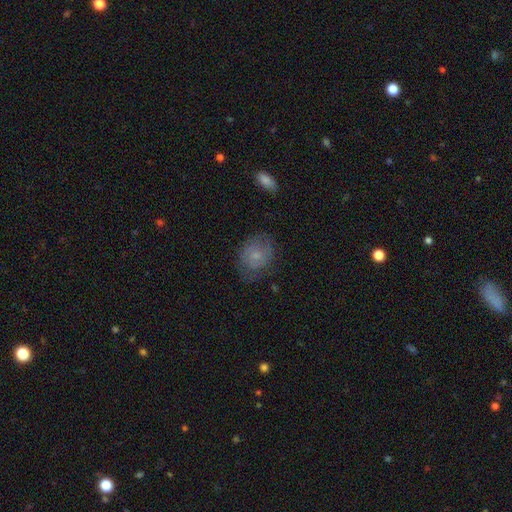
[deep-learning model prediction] A smooth galaxy with no disk features (55%) that is round (53%). Merging: none (61%).